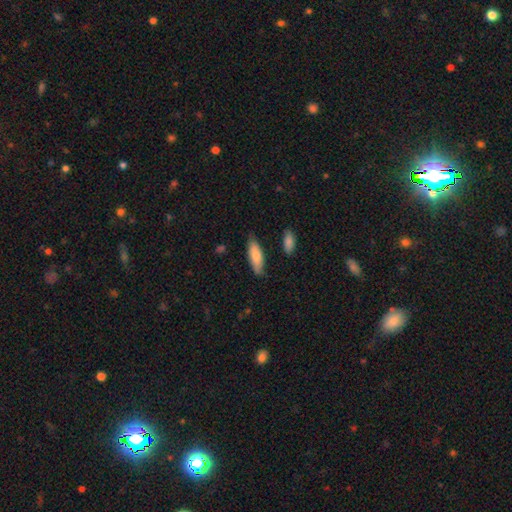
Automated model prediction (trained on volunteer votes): The model was most divided on "how rounded": in between: 58%, cigar-shaped: 40%, round: 2%. More confident: smooth or featured — smooth (79%); merging — none (76%).